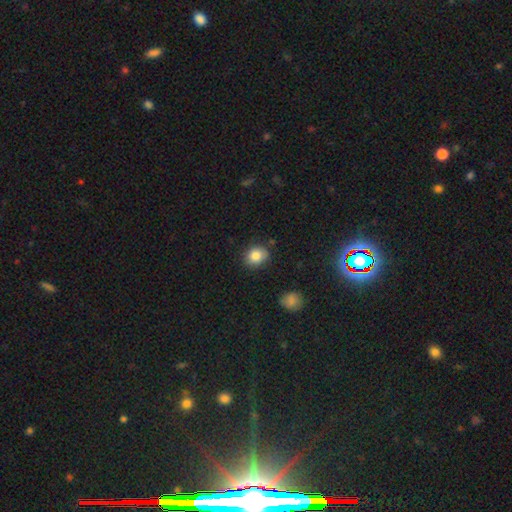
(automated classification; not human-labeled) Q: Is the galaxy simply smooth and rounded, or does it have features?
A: smooth — 84%.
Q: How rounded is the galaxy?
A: round — 65%.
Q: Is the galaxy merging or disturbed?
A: none — 81%.